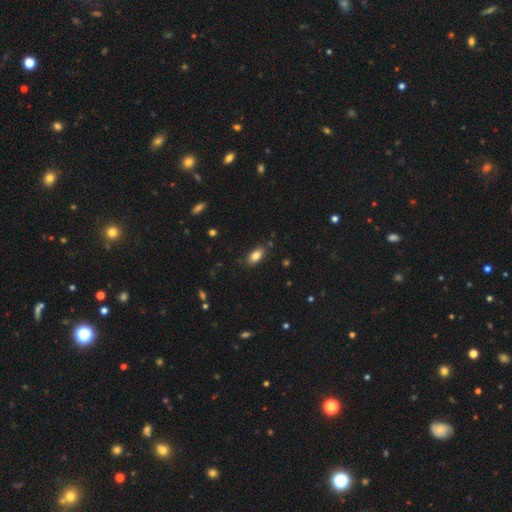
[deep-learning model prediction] Smooth or featured?
  - smooth: 83% *
  - featured or disk: 9%
  - star or artifact: 8%
How rounded?
  - in between: 90% *
  - round: 5%
  - cigar-shaped: 5%
Merging?
  - none: 83% *
  - minor disturbance: 12%
  - major disturbance: 3%
  - merger: 2%